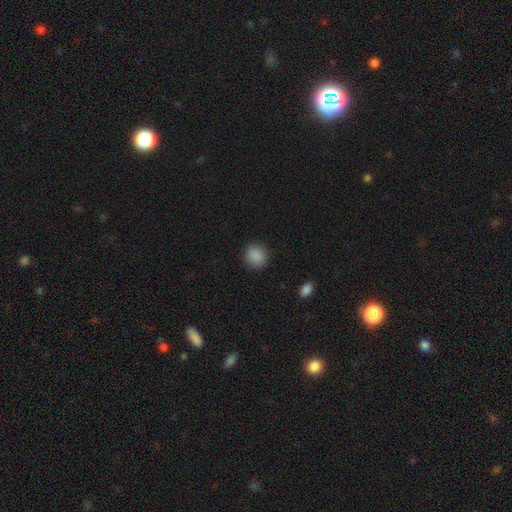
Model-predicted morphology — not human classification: Smooth or featured?
  - smooth: 88% *
  - star or artifact: 9%
  - featured or disk: 3%
How rounded?
  - round: 80% *
  - in between: 19%
  - cigar-shaped: 1%
Merging?
  - none: 88% *
  - minor disturbance: 8%
  - major disturbance: 3%
  - merger: 1%